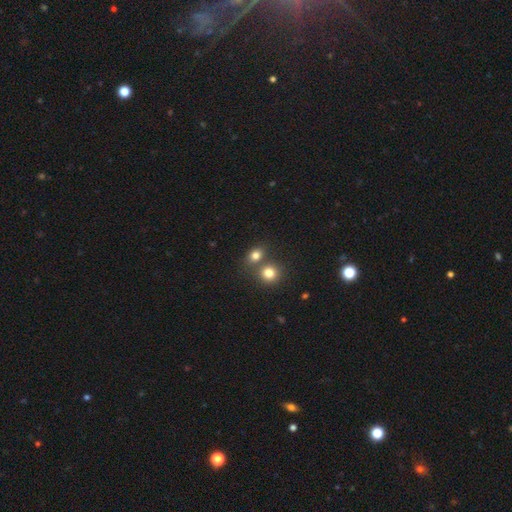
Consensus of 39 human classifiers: Volunteers were most divided on "merging": none: 42%, merger: 39%, minor disturbance: 17%, major disturbance: 3%. More confident: smooth or featured — smooth (79%); how rounded — round (55%).